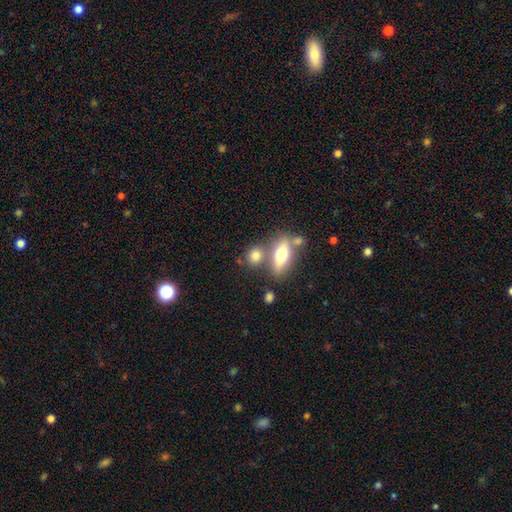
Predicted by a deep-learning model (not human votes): smooth 76%, featured or disk 16%, star or artifact 9%. Down the decision tree: how rounded — round (47%); merging — none (57%).